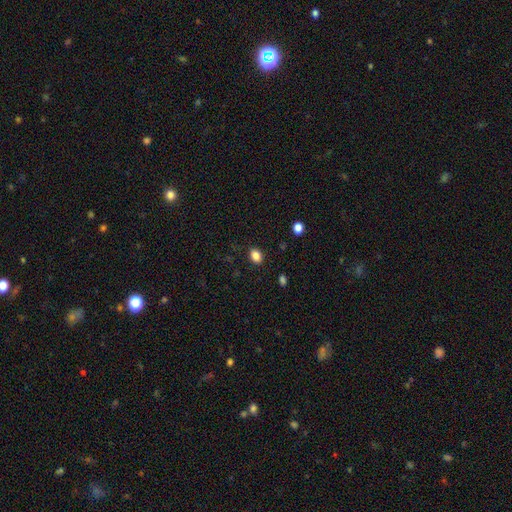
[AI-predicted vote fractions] Smooth or featured?
  - smooth: 86% *
  - star or artifact: 10%
  - featured or disk: 4%
How rounded?
  - in between: 66% *
  - round: 33%
  - cigar-shaped: 1%
Merging?
  - none: 87% *
  - minor disturbance: 9%
  - major disturbance: 2%
  - merger: 1%